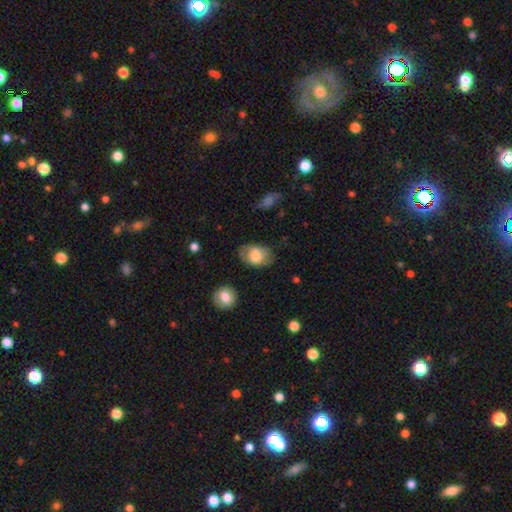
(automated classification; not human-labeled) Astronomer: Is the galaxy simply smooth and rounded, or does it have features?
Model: smooth — 73%.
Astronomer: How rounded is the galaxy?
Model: in between — 78%.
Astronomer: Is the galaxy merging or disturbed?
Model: none — 68%.